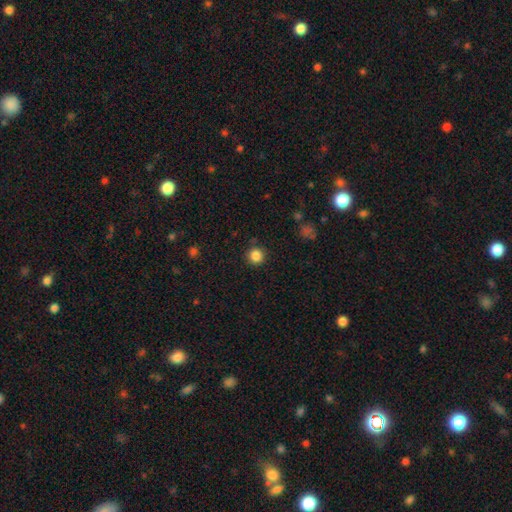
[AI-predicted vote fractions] smooth_or_featured: smooth (p=0.85) [alt: star or artifact p=0.11]
how_rounded: round (p=0.95) [alt: in between p=0.04]
merging: none (p=0.89) [alt: minor disturbance p=0.07]